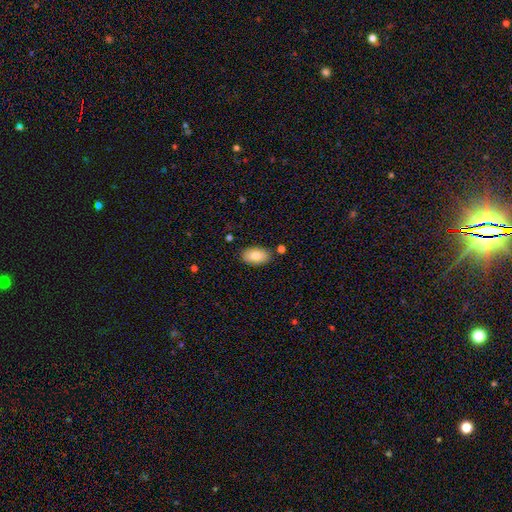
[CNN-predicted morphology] This appears to be a smooth galaxy with no disk features (81%) that is in between round and cigar-shaped (94%). Merging: none (85%).